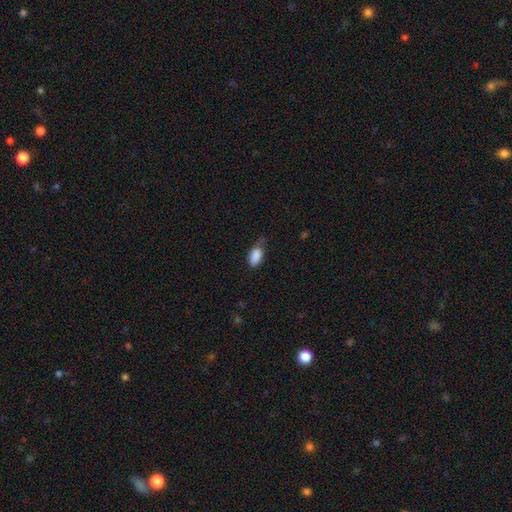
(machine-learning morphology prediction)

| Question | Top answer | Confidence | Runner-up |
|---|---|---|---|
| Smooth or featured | smooth | 87% | star or artifact (7%) |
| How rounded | in between | 92% | round (4%) |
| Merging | none | 47% | minor disturbance (39%) |